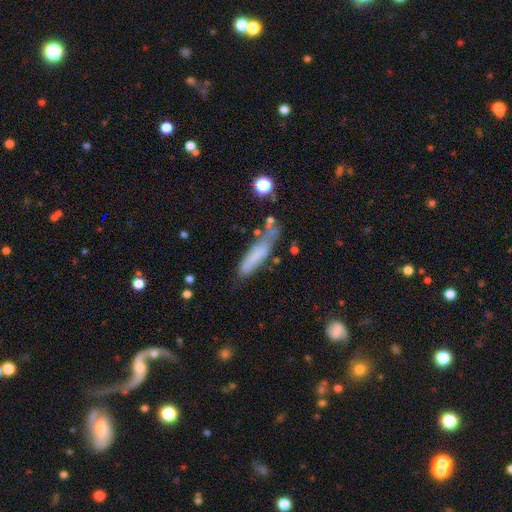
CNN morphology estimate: Smooth or featured? Predicted: smooth (p=0.67). How rounded? Predicted: cigar-shaped (p=0.78). Merging? Predicted: none (p=0.44).